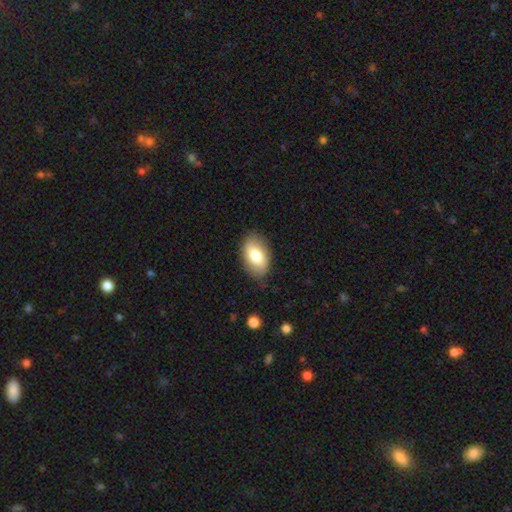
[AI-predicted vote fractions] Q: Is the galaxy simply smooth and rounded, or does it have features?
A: smooth — 73%.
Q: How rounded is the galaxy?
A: in between — 92%.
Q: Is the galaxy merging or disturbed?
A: none — 83%.